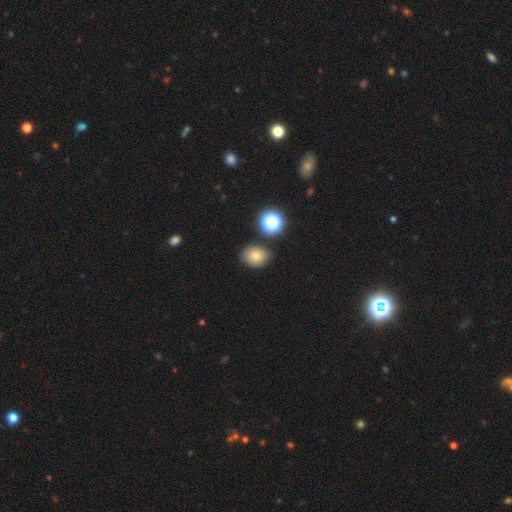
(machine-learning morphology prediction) This is likely a smooth galaxy (68%). How rounded: possibly in between (52%). Merging: clearly none (82%).